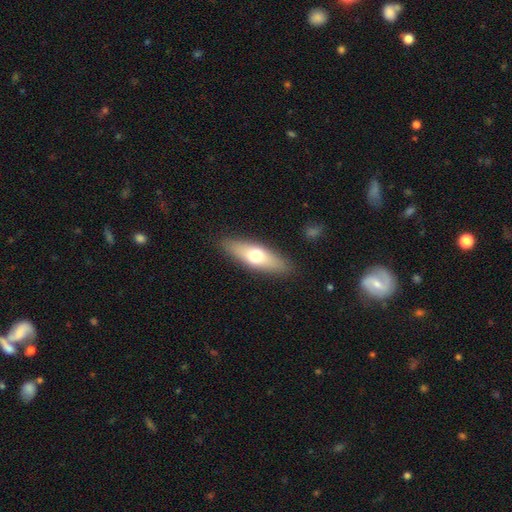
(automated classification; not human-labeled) Q: Smooth or featured?
A: smooth (60%); runner-up: featured or disk (34%)
Q: How rounded?
A: in between (53%); runner-up: cigar-shaped (44%)
Q: Merging?
A: none (88%); runner-up: minor disturbance (9%)